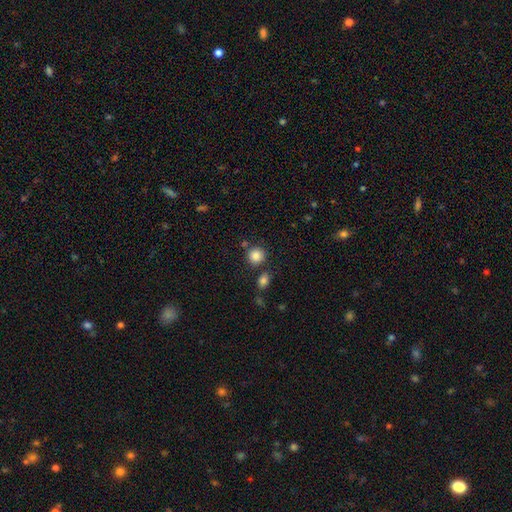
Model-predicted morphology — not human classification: Smooth or featured?
  - smooth: 86% *
  - star or artifact: 10%
  - featured or disk: 4%
How rounded?
  - round: 89% *
  - in between: 10%
  - cigar-shaped: 1%
Merging?
  - none: 77% *
  - merger: 10%
  - minor disturbance: 9%
  - major disturbance: 3%